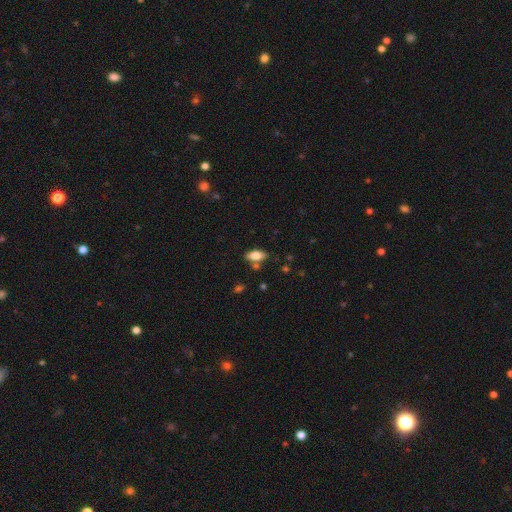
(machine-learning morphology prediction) The model was most divided on "merging": none: 76%, minor disturbance: 13%, merger: 8%, major disturbance: 3%. More confident: how rounded — in between (88%); smooth or featured — smooth (80%).